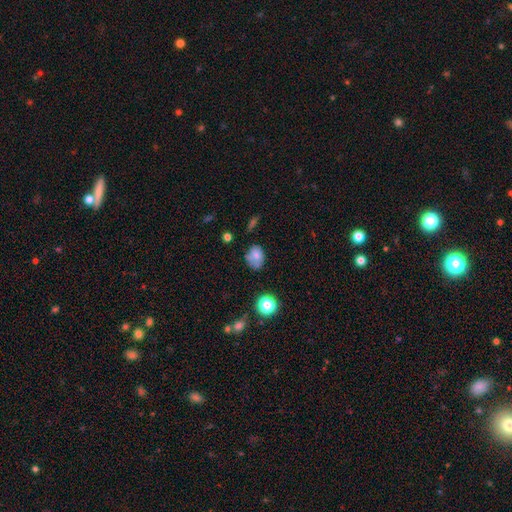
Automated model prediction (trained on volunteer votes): This is likely a smooth galaxy (70%). How rounded: likely in between (69%). Merging: possibly none (49%).